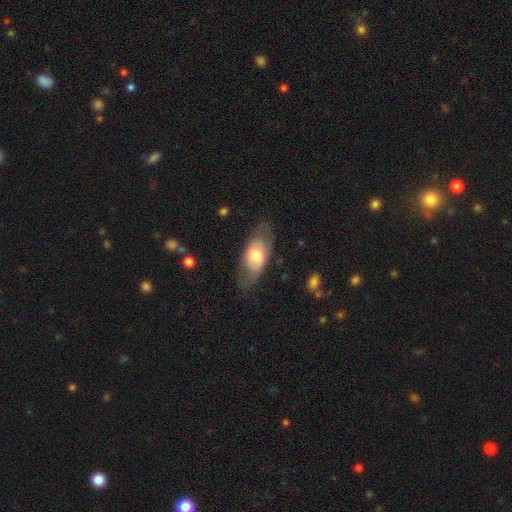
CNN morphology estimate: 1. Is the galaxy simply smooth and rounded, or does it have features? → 55% smooth, 39% featured or disk, 6% star or artifact.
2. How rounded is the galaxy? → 85% in between, 9% cigar-shaped, 6% round.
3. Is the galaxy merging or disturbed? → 67% none, 21% minor disturbance, 11% major disturbance, 2% merger.